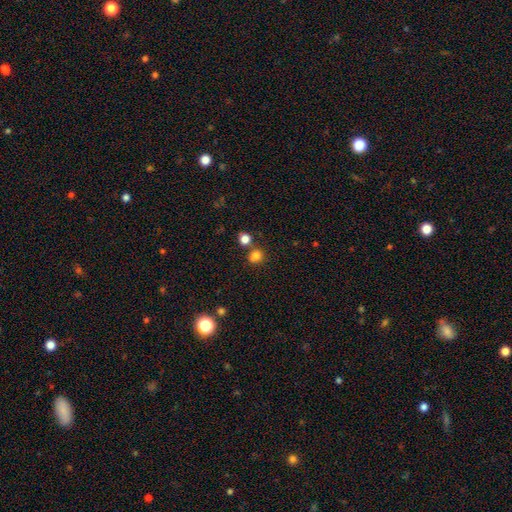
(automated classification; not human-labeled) Smooth or featured?
  - smooth: 80% *
  - star or artifact: 14%
  - featured or disk: 6%
How rounded?
  - round: 79% *
  - in between: 20%
  - cigar-shaped: 1%
Merging?
  - none: 71% *
  - merger: 15%
  - minor disturbance: 11%
  - major disturbance: 4%